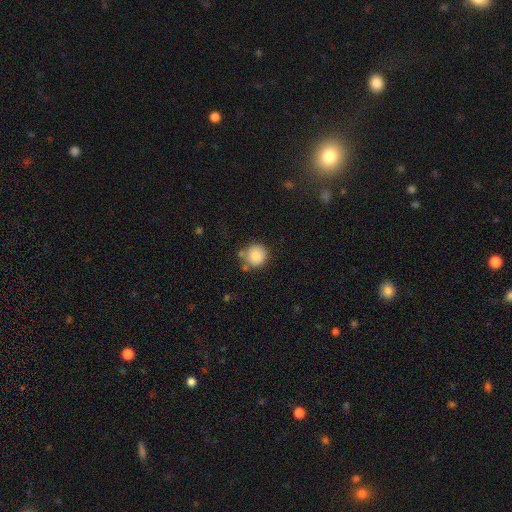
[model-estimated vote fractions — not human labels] Overall: smooth (85%). How rounded: round (92%). Merging: none (72%).